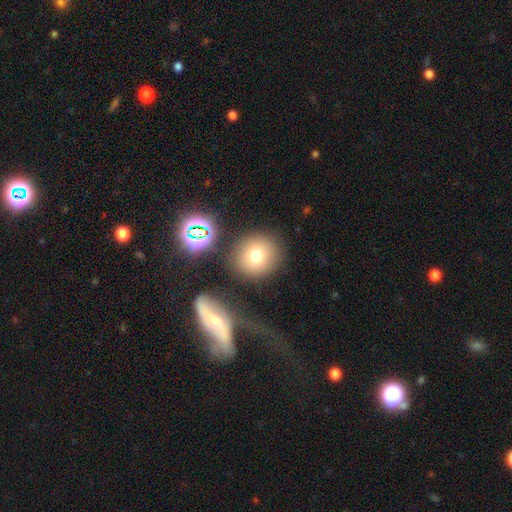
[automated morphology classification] Smooth or featured? Predicted: smooth (p=0.74). How rounded? Predicted: round (p=0.90). Merging? Predicted: none (p=0.81).